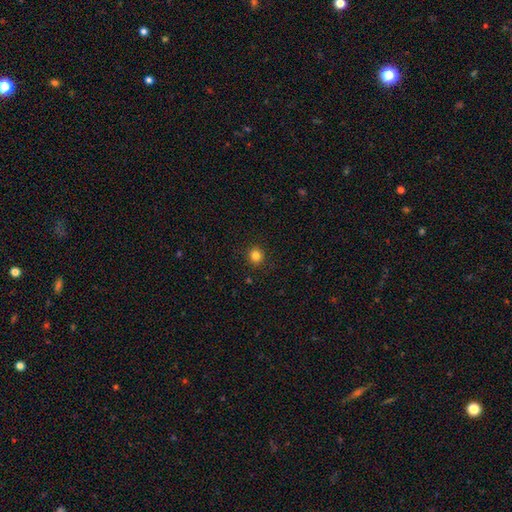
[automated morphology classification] smooth_or_featured: smooth (p=0.83) [alt: star or artifact p=0.13]
how_rounded: round (p=0.93) [alt: in between p=0.06]
merging: none (p=0.91) [alt: minor disturbance p=0.06]